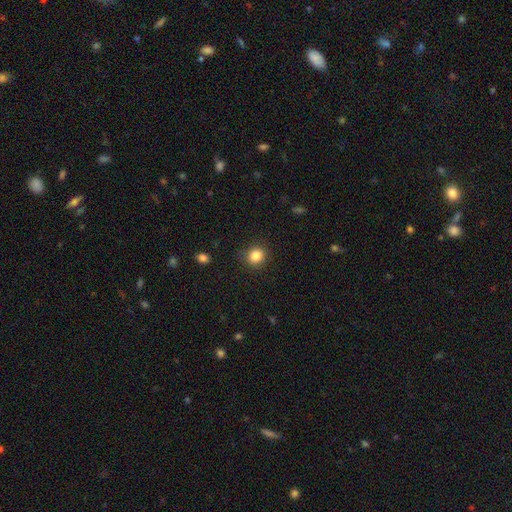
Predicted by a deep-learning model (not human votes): smooth 85%, star or artifact 11%, featured or disk 4%. Down the decision tree: how rounded — round (76%); merging — none (86%).